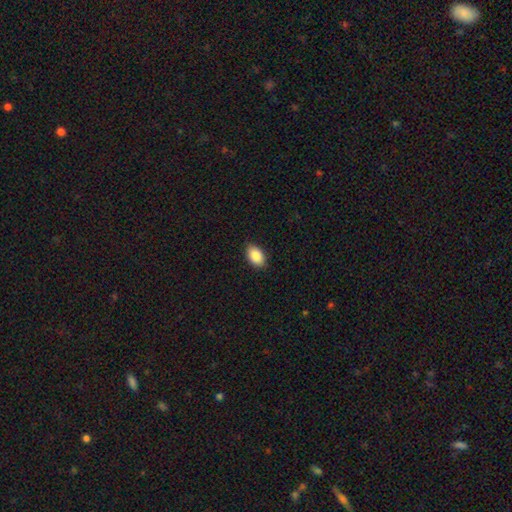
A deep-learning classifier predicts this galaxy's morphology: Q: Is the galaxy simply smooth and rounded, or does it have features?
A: smooth — 88%.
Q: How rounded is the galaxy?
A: in between — 90%.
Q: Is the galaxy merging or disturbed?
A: none — 87%.